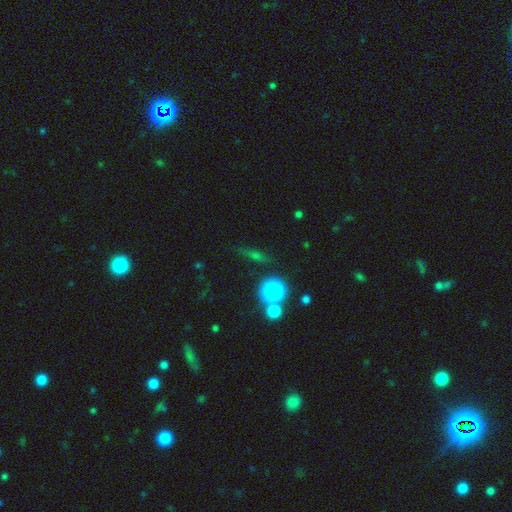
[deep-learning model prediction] This appears to be a smooth galaxy with no disk features (39%, tied with star or artifact). Merging: none (77%).